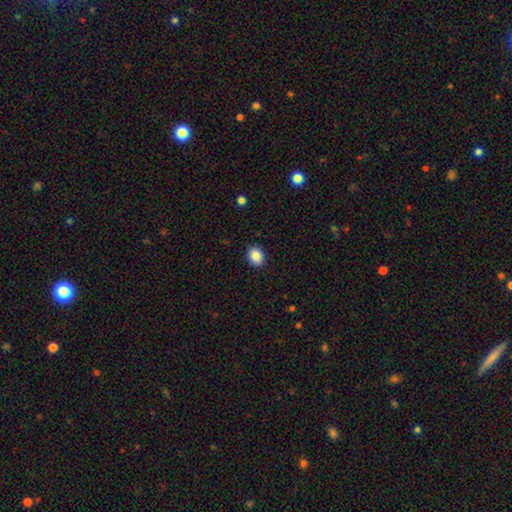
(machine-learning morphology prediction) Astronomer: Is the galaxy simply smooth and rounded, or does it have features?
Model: smooth — 87%.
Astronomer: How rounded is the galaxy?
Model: in between — 50% (runner-up: round, 49%).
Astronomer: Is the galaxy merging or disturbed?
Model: none — 90%.